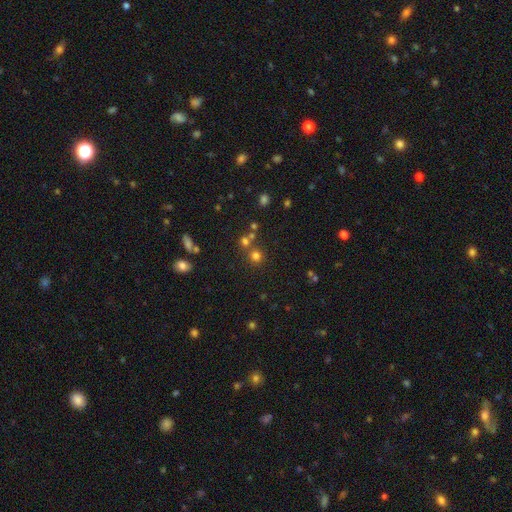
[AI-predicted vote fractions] A smooth galaxy with no disk features (70%) that is round (91%).

Vote fractions:
- Smooth or featured? smooth: 70% / star or artifact: 22% / featured or disk: 8%
- How rounded? round: 91% / in between: 8% / cigar-shaped: 1%
- Merging? none: 71% / merger: 19% / minor disturbance: 7% / major disturbance: 3%